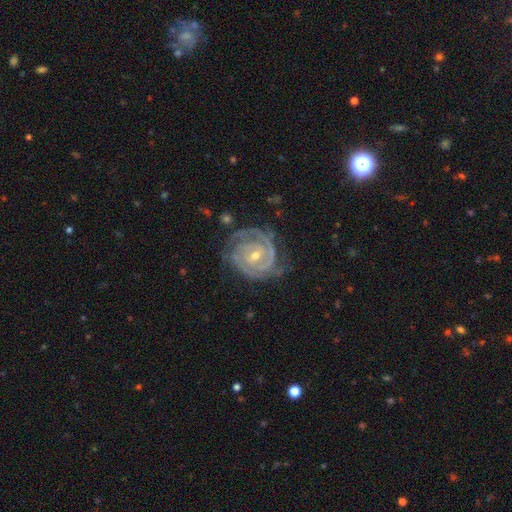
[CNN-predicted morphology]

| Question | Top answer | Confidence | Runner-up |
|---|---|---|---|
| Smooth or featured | featured or disk | 92% | star or artifact (4%) |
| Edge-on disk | no | 98% | yes (2%) |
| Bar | weak | 43% | no (39%) |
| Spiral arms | yes | 98% | no (2%) |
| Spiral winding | tight | 82% | medium (16%) |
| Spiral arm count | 2 | 52% | 3 (23%) |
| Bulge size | small | 51% | moderate (47%) |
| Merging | none | 72% | minor disturbance (19%) |